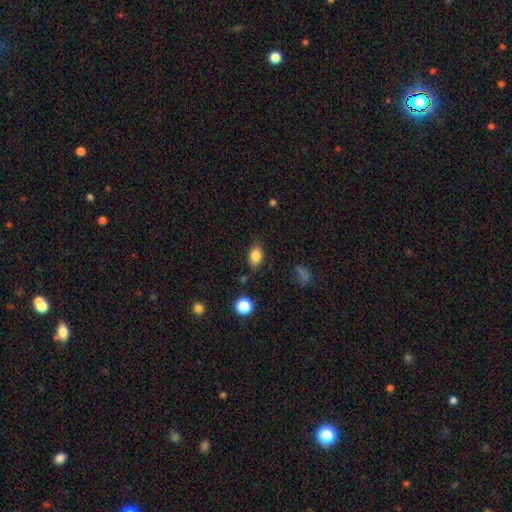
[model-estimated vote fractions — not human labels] A smooth galaxy with no disk features (83%) that is in between round and cigar-shaped (81%).

Vote fractions:
- Smooth or featured? smooth: 83% / star or artifact: 10% / featured or disk: 7%
- How rounded? in between: 81% / round: 17% / cigar-shaped: 2%
- Merging? none: 80% / minor disturbance: 14% / major disturbance: 4% / merger: 2%